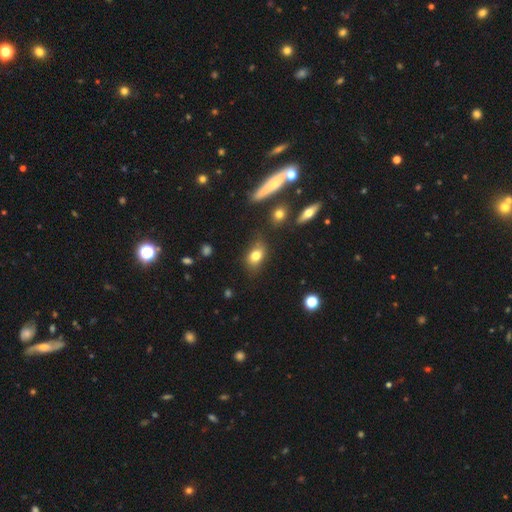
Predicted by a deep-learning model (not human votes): Smooth or featured?
  - smooth: 78% *
  - featured or disk: 12%
  - star or artifact: 10%
How rounded?
  - in between: 74% *
  - round: 23%
  - cigar-shaped: 3%
Merging?
  - none: 70% *
  - minor disturbance: 19%
  - major disturbance: 6%
  - merger: 4%